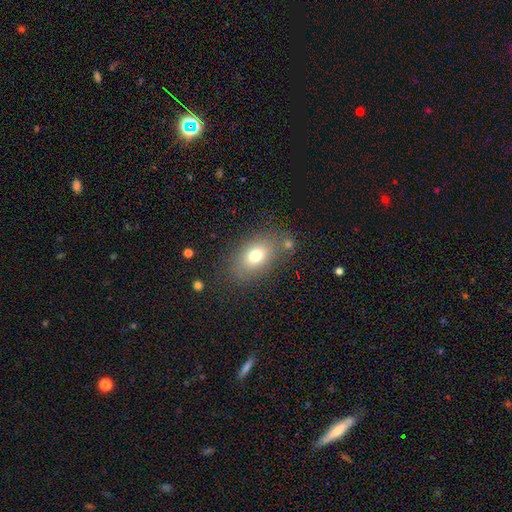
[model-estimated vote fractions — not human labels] Morphology: type=smooth (74%); roundness=in between (82%); merging=none (73%).